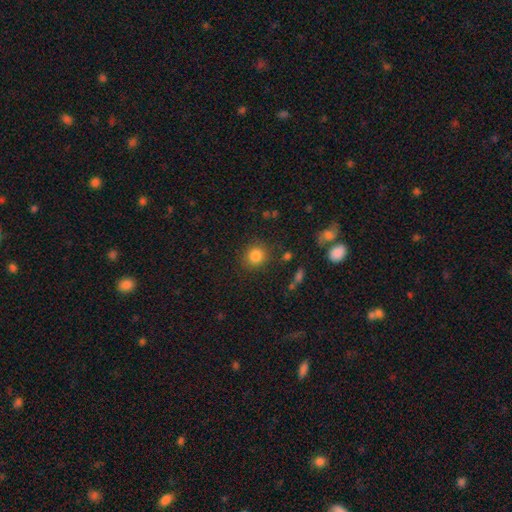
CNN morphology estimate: This appears to be a smooth galaxy with no disk features (84%) that is round (83%). Merging: none (84%).